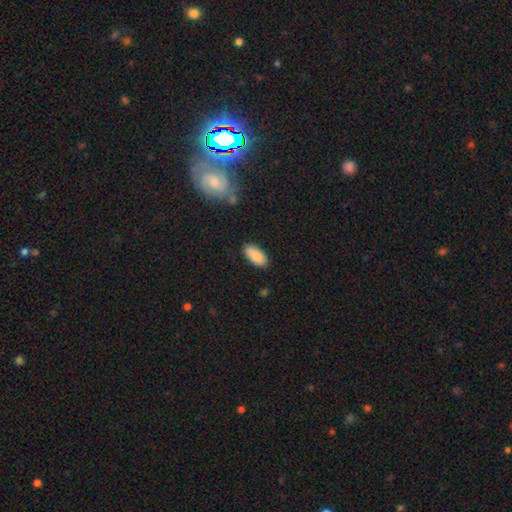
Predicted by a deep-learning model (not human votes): The model was most divided on "merging": none: 85%, minor disturbance: 11%, major disturbance: 2%, merger: 1%. More confident: how rounded — in between (92%); smooth or featured — smooth (88%).